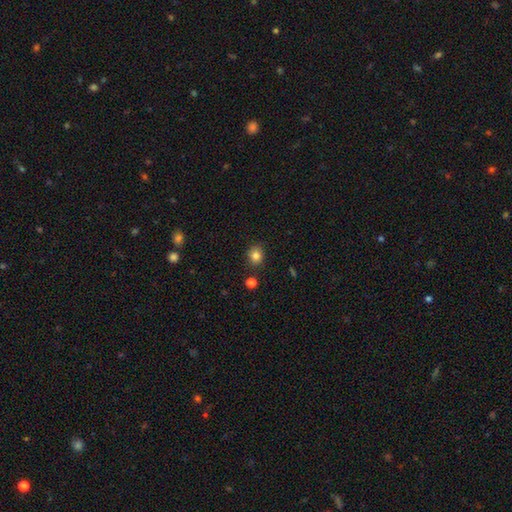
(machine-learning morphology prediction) This appears to be a smooth galaxy with no disk features (83%) that is round (78%). Merging: none (85%).